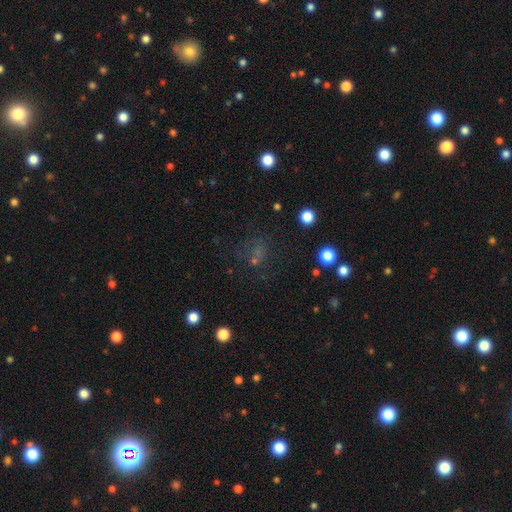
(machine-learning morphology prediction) The model was most divided on "smooth or featured": smooth: 43%, star or artifact: 40%, featured or disk: 16%. More confident: merging — none (61%).